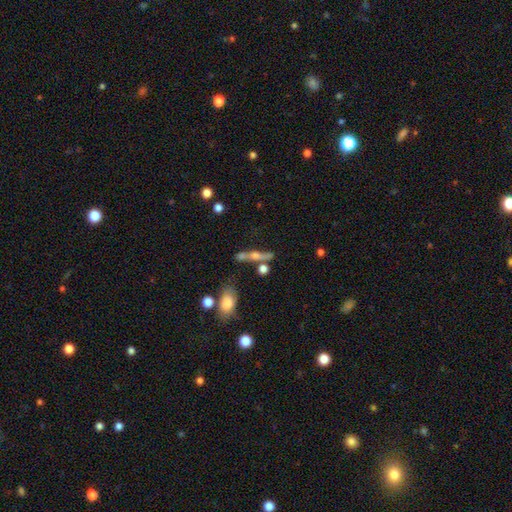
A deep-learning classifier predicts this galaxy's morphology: smooth_or_featured: featured or disk (p=0.54) [alt: smooth p=0.37]
disk_edge_on: yes (p=0.85) [alt: no p=0.15]
merging: none (p=0.58) [alt: merger p=0.18]